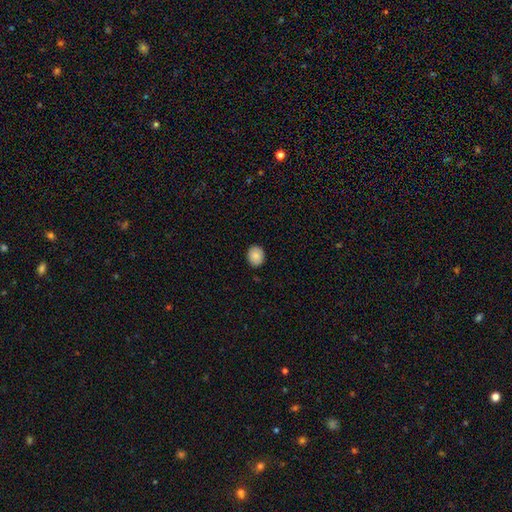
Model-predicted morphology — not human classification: smooth-or-featured: smooth: 86% | star or artifact: 8% | featured or disk: 6%
  how-rounded: round: 67% | in between: 32% | cigar-shaped: 1%
  merging: none: 89% | minor disturbance: 8% | major disturbance: 2% | merger: 1%